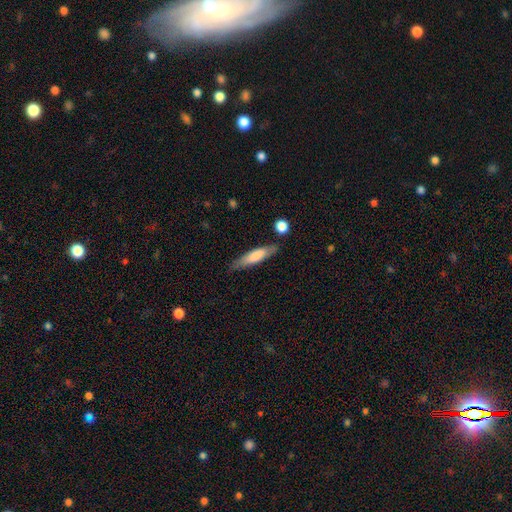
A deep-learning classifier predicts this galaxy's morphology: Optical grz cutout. It shows a smooth galaxy with no disk features (70%) that is cigar-shaped (75%). Merging: none (74%).